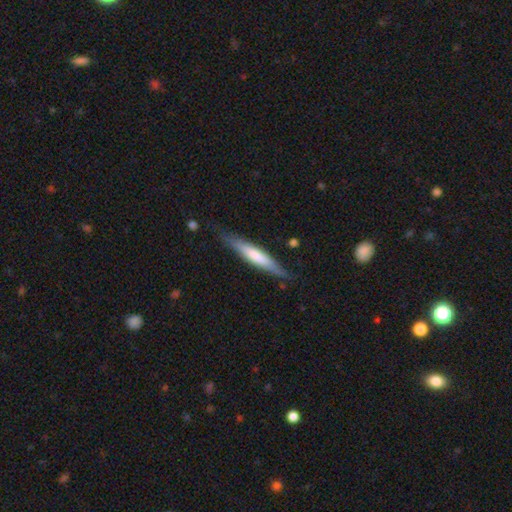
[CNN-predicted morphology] This is possibly a smooth galaxy (55%). How rounded: clearly cigar-shaped (89%). Merging: clearly none (80%).